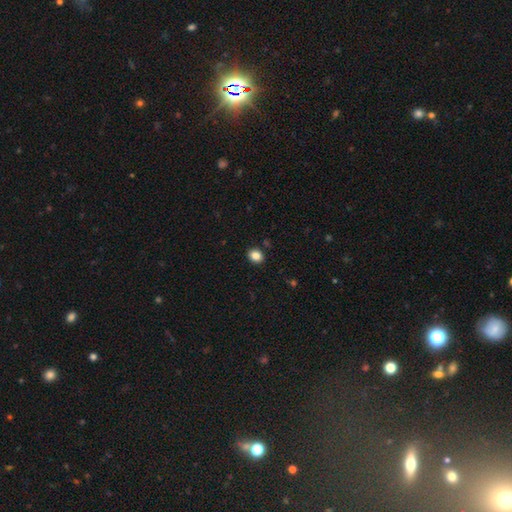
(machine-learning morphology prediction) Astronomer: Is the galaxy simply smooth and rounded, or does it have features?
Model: smooth — 85%.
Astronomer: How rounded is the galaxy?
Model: round — 56% (runner-up: in between, 43%).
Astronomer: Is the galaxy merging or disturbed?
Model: none — 90%.